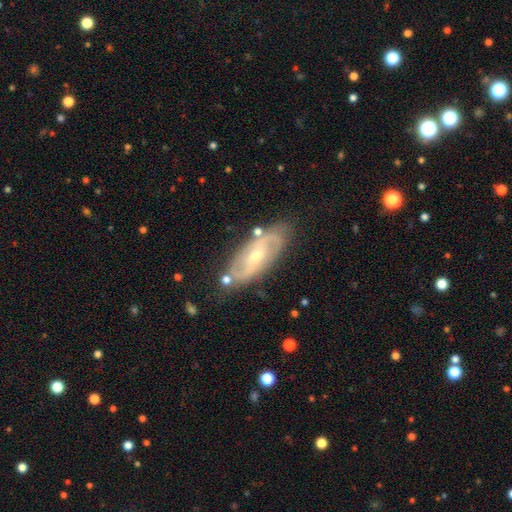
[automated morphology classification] A featured or disk galaxy (80%) with a weak bar (42%), 2 (71%) medium (42%) spiral arms (89%) and a small central bulge (51%).

Vote fractions:
- Smooth or featured? featured or disk: 80% / smooth: 14% / star or artifact: 6%
- Edge-on disk? no: 90% / yes: 10%
- Bar? weak: 42% / no: 41% / strong: 16%
- Spiral arms? yes: 89% / no: 11%
- Spiral winding? medium: 42% / tight: 41% / loose: 17%
- Spiral arm count? 2: 71% / can't tell: 18% / 3: 5% / 1: 2% / 4: 2% / more than 4: 2%
- Bulge size? small: 51% / moderate: 46% / large: 2% / none: 1% / dominant: 1%
- Merging? none: 77% / minor disturbance: 15% / major disturbance: 4% / merger: 4%